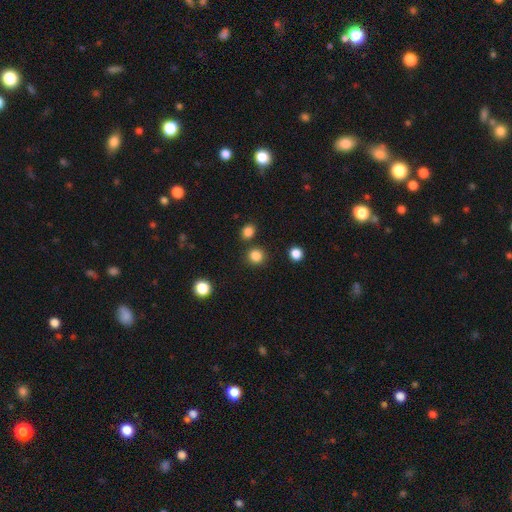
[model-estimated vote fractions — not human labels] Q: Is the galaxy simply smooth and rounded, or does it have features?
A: smooth — 84%.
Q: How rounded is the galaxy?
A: round — 89%.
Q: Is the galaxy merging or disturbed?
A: none — 84%.